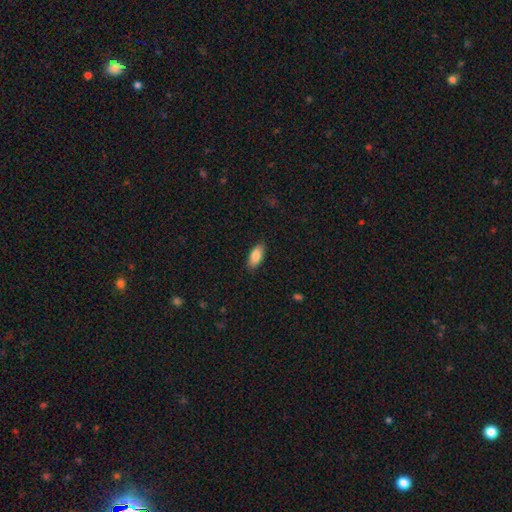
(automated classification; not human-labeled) Q: Smooth or featured?
A: smooth (85%); runner-up: featured or disk (8%)
Q: How rounded?
A: in between (88%); runner-up: cigar-shaped (10%)
Q: Merging?
A: none (88%); runner-up: minor disturbance (9%)